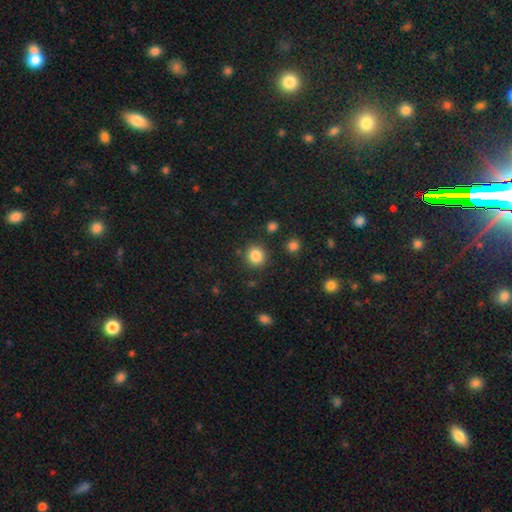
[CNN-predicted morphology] Smooth or featured? smooth (85%)
How rounded? round (88%)
Merging? none (86%)